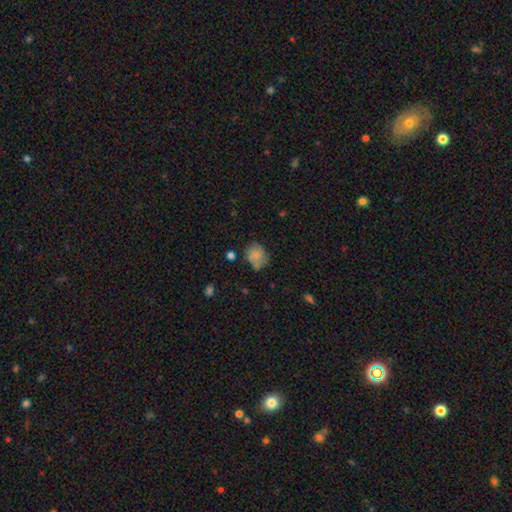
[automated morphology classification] Q: Smooth or featured?
A: smooth (70%); runner-up: featured or disk (20%)
Q: How rounded?
A: round (63%); runner-up: in between (36%)
Q: Merging?
A: none (56%); runner-up: minor disturbance (28%)